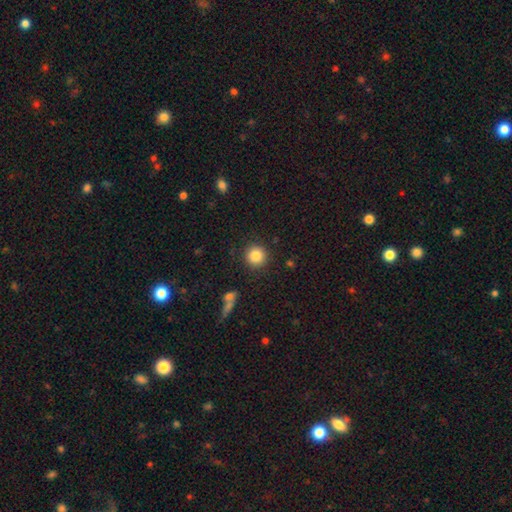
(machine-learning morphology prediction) Smooth or featured: smooth — 84% (star or artifact — 10%)
How rounded: round — 94% (in between — 5%)
Merging: none — 90% (minor disturbance — 6%)